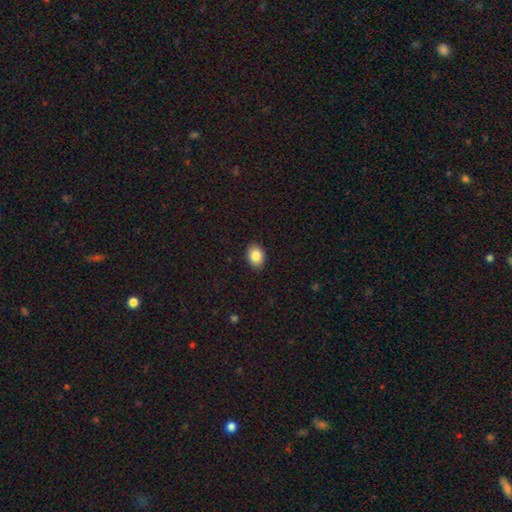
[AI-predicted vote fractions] smooth 85%, star or artifact 8%, featured or disk 6%. Down the decision tree: how rounded — in between (72%); merging — none (90%).